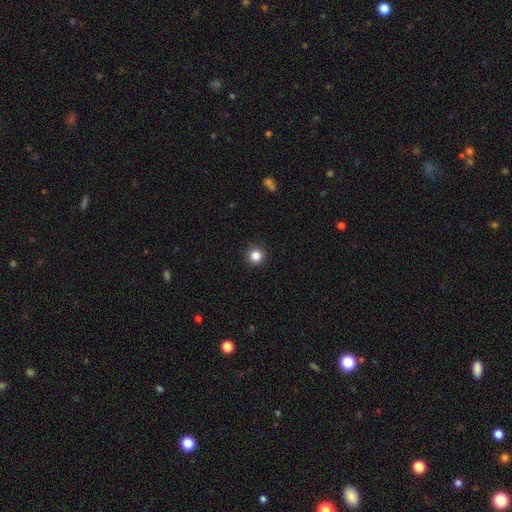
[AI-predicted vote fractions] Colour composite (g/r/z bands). It shows a smooth galaxy with no disk features (84%) that is round (95%). Merging: none (93%).